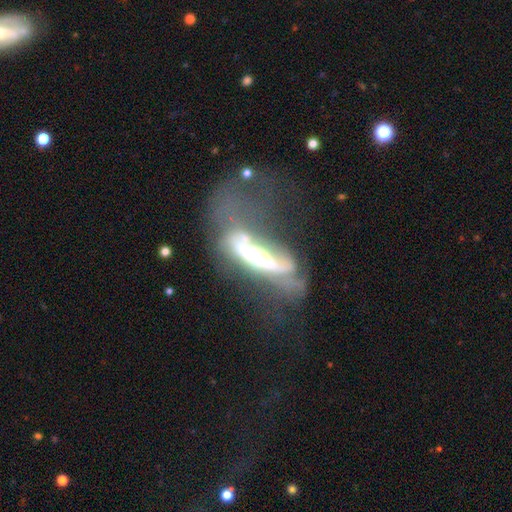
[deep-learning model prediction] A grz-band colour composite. It shows a featured or disk galaxy (68%). Merging: major disturbance (51%).